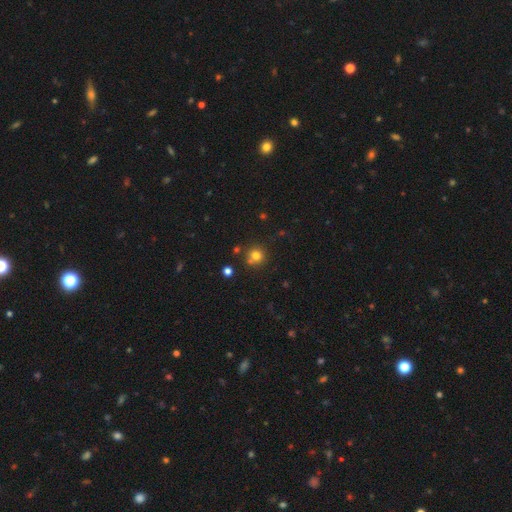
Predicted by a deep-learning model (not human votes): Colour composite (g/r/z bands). It shows a smooth galaxy with no disk features (77%) that is round (91%). Merging: none (71%).